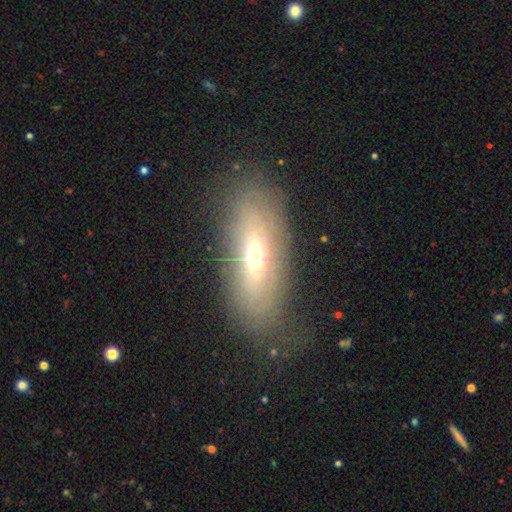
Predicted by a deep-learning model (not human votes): smooth-or-featured: smooth: 47% | featured or disk: 42% | star or artifact: 11%
  merging: none: 73% | minor disturbance: 16% | major disturbance: 9% | merger: 2%